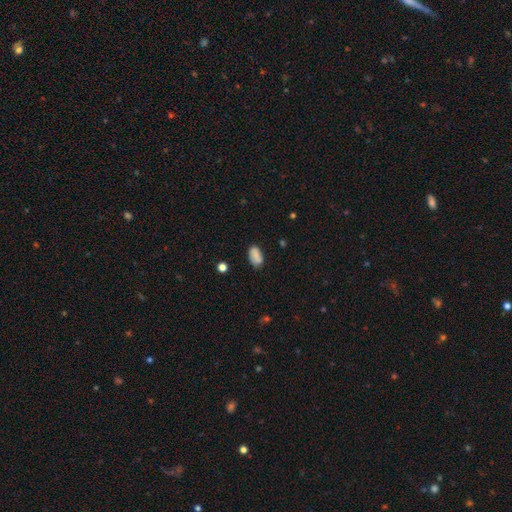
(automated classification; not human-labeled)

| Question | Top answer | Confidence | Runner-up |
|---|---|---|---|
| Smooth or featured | smooth | 83% | star or artifact (9%) |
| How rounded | in between | 91% | round (5%) |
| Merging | none | 72% | minor disturbance (19%) |